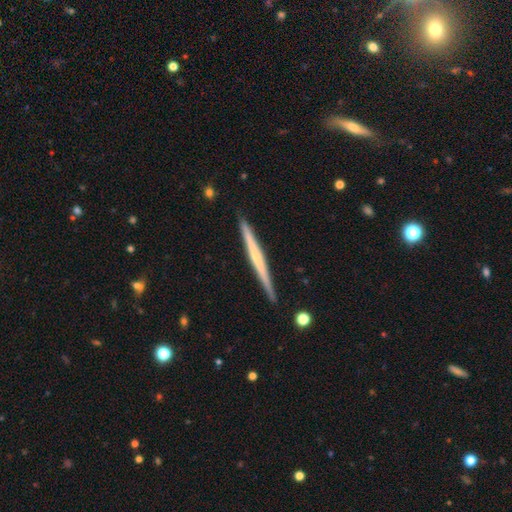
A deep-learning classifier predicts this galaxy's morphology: featured or disk 65%, smooth 28%, star or artifact 6%. Down the decision tree: edge-on disk — yes (98%); edge-on bulge — none (52%); merging — none (89%).